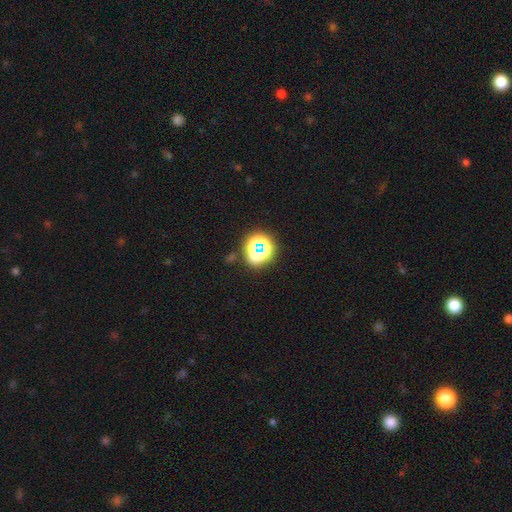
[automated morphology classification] Smooth or featured?
  - star or artifact: 60% *
  - smooth: 30%
  - featured or disk: 11%